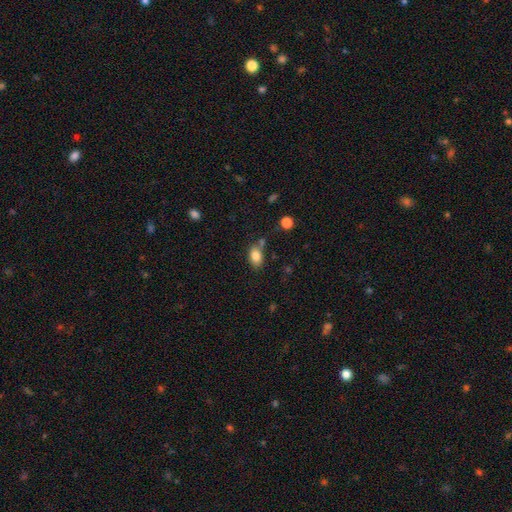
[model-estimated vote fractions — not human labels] Overall: smooth (83%). How rounded: in between (85%). Merging: none (65%).